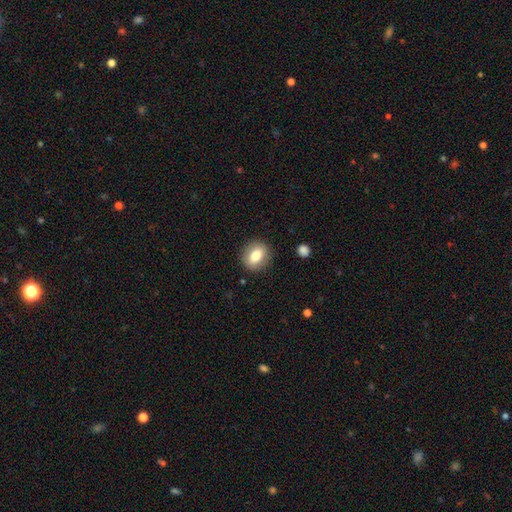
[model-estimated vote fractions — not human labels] Q: Smooth or featured?
A: smooth (79%); runner-up: featured or disk (13%)
Q: How rounded?
A: round (55%); runner-up: in between (43%)
Q: Merging?
A: none (87%); runner-up: minor disturbance (9%)